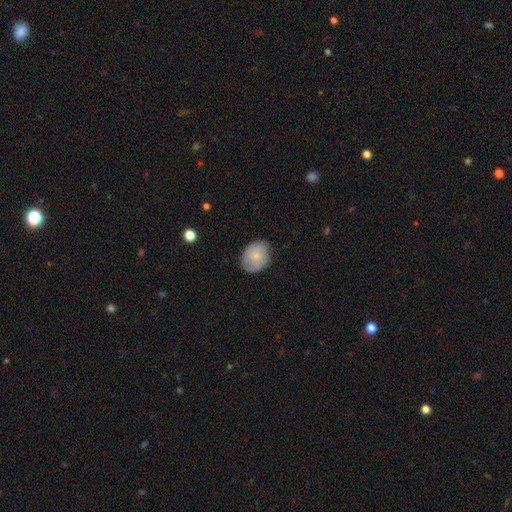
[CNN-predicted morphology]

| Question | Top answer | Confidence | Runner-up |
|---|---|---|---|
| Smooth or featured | smooth | 69% | featured or disk (24%) |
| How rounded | in between | 56% | round (43%) |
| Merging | none | 78% | minor disturbance (17%) |